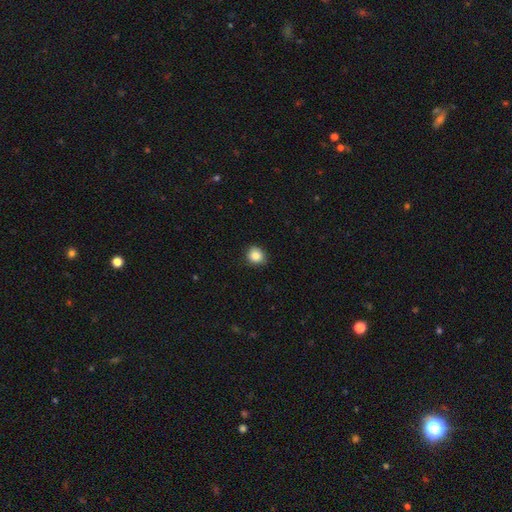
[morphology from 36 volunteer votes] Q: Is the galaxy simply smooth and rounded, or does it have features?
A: smooth — 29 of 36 (81%).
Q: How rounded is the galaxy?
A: round — 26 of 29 (90%).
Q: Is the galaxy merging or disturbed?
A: none — 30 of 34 (88%).